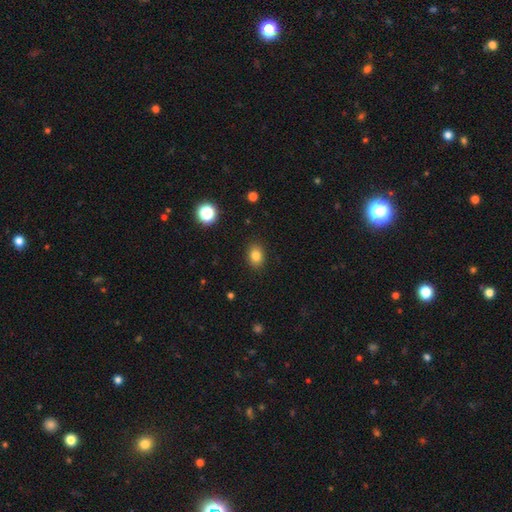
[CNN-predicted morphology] Smooth or featured? Predicted: smooth (p=0.83). How rounded? Predicted: in between (p=0.63). Merging? Predicted: none (p=0.89).